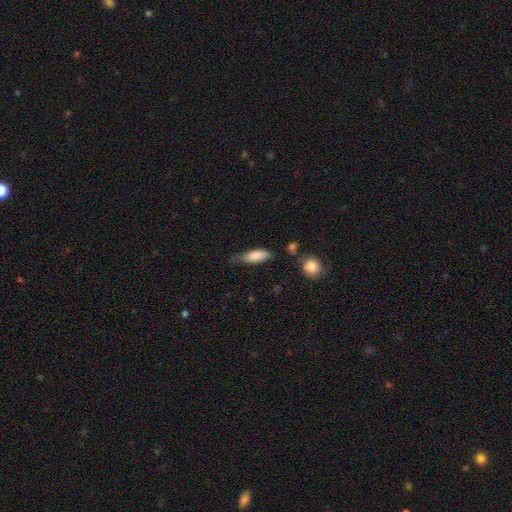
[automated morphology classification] A smooth galaxy with no disk features (81%) that is in between round and cigar-shaped (65%).

Vote fractions:
- Smooth or featured? smooth: 81% / featured or disk: 13% / star or artifact: 6%
- How rounded? in between: 65% / cigar-shaped: 33% / round: 2%
- Merging? none: 47% / minor disturbance: 38% / major disturbance: 11% / merger: 4%